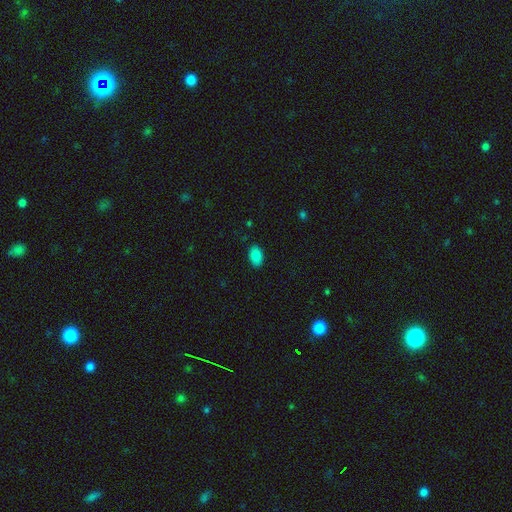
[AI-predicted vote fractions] Smooth or featured: smooth — 85% (star or artifact — 8%)
How rounded: in between — 90% (round — 8%)
Merging: none — 87% (minor disturbance — 10%)